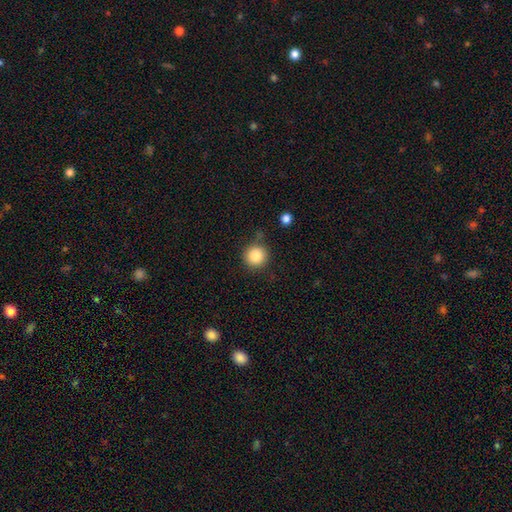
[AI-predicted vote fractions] Morphology: type=smooth (85%); roundness=round (94%); merging=none (82%).